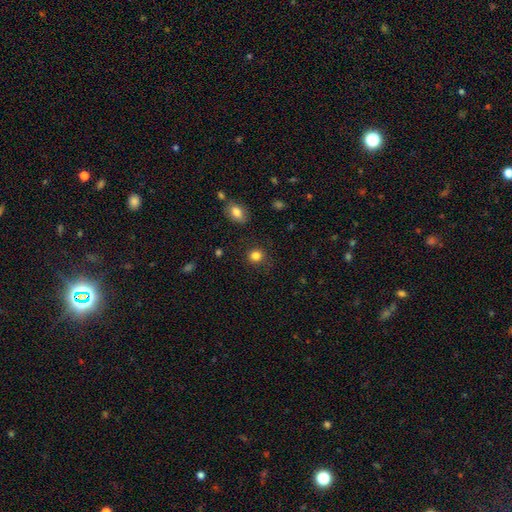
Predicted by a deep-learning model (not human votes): A smooth galaxy with no disk features (84%) that is round (85%).

Vote fractions:
- Smooth or featured? smooth: 84% / star or artifact: 11% / featured or disk: 5%
- How rounded? round: 85% / in between: 14% / cigar-shaped: 1%
- Merging? none: 86% / minor disturbance: 9% / major disturbance: 3% / merger: 2%